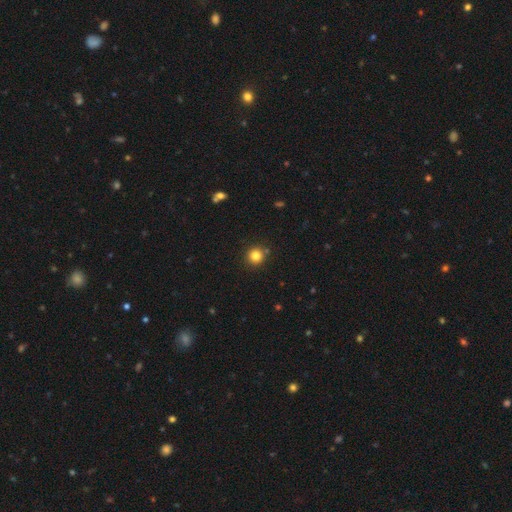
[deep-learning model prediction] Smooth or featured? smooth (82%)
How rounded? round (93%)
Merging? none (86%)